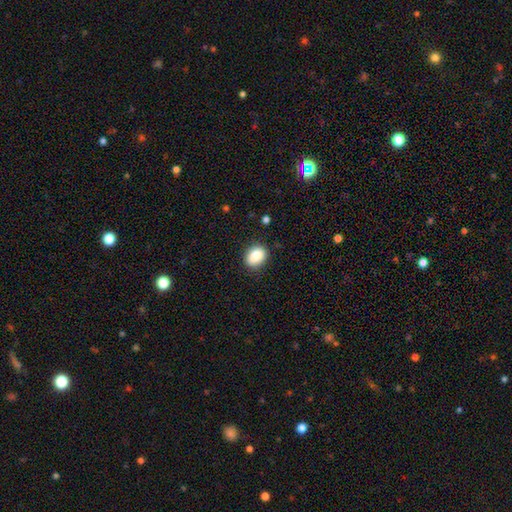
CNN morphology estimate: Smooth or featured? Predicted: smooth (p=0.86). How rounded? Predicted: in between (p=0.56). Merging? Predicted: none (p=0.86).